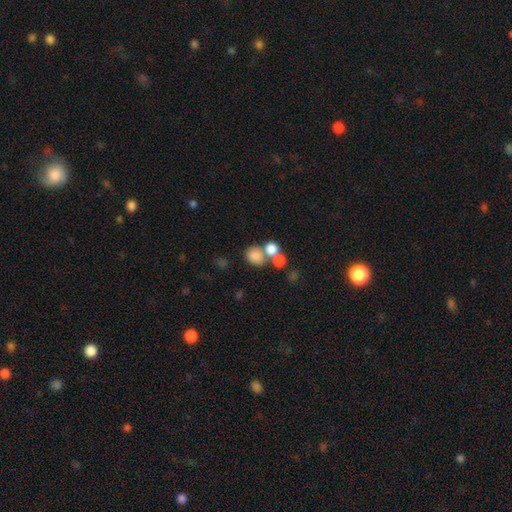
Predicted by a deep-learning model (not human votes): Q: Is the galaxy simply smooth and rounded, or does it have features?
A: smooth — 78%.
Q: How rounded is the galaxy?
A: round — 64%.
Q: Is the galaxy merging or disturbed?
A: none — 44%.